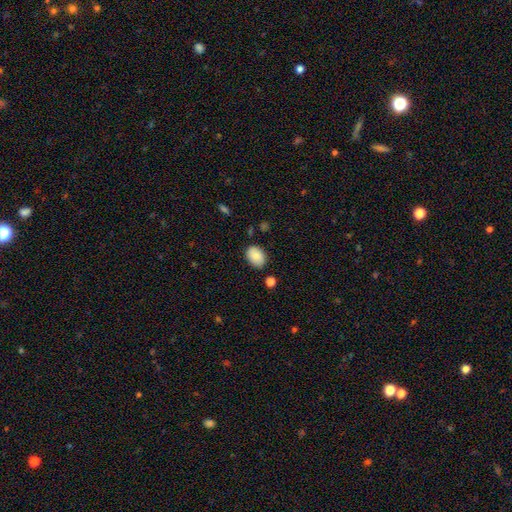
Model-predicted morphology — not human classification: This is clearly a smooth galaxy (86%). How rounded: clearly in between (80%). Merging: clearly none (81%).